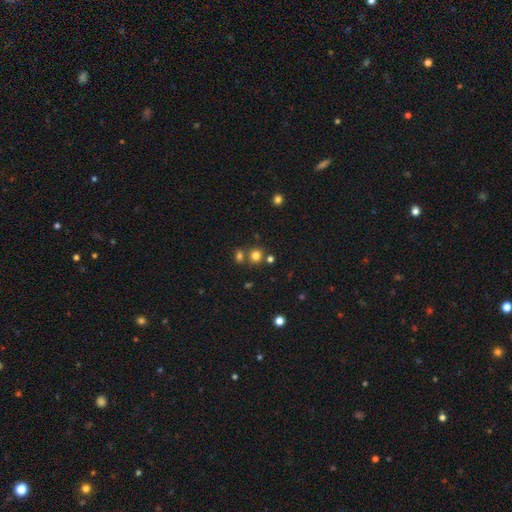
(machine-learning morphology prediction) A smooth galaxy with no disk features (77%) that is round (86%).

Vote fractions:
- Smooth or featured? smooth: 77% / star or artifact: 16% / featured or disk: 7%
- How rounded? round: 86% / in between: 13% / cigar-shaped: 1%
- Merging? none: 67% / merger: 22% / minor disturbance: 8% / major disturbance: 3%